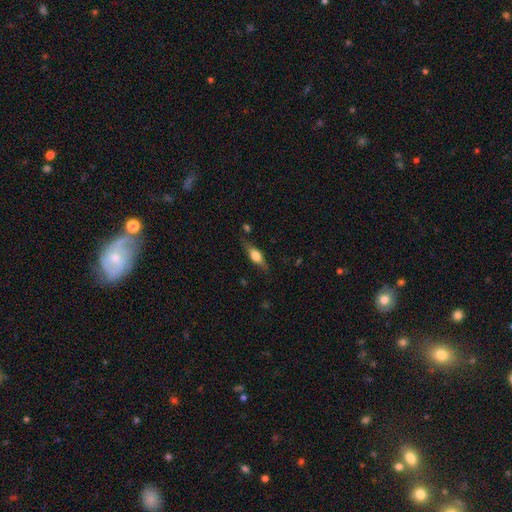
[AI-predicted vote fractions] Q: Smooth or featured?
A: smooth (47%); runner-up: featured or disk (46%)
Q: Merging?
A: none (75%); runner-up: minor disturbance (17%)